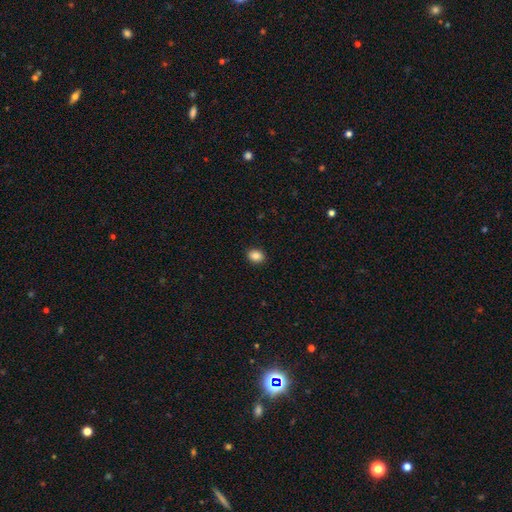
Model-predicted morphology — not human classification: Smooth or featured: smooth — 86% (star or artifact — 9%)
How rounded: in between — 59% (round — 41%)
Merging: none — 91% (minor disturbance — 6%)